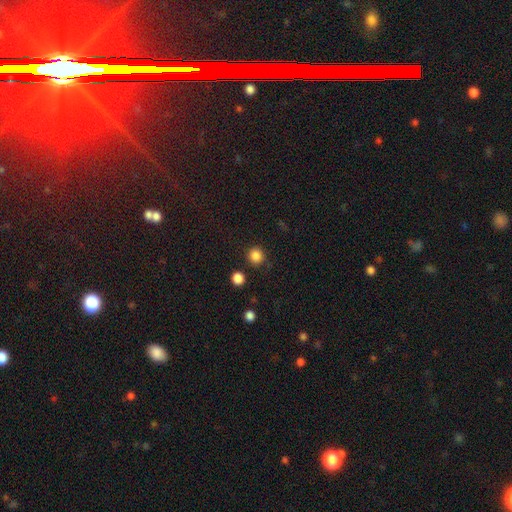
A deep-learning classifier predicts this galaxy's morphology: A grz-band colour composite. It shows a smooth galaxy with no disk features (85%) that is round (92%). Merging: none (86%).